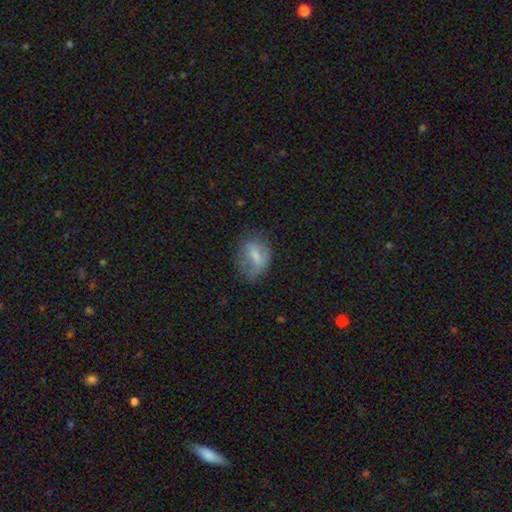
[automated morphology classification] Smooth or featured: smooth — 65% (featured or disk — 26%)
How rounded: in between — 69% (round — 28%)
Merging: none — 54% (minor disturbance — 28%)